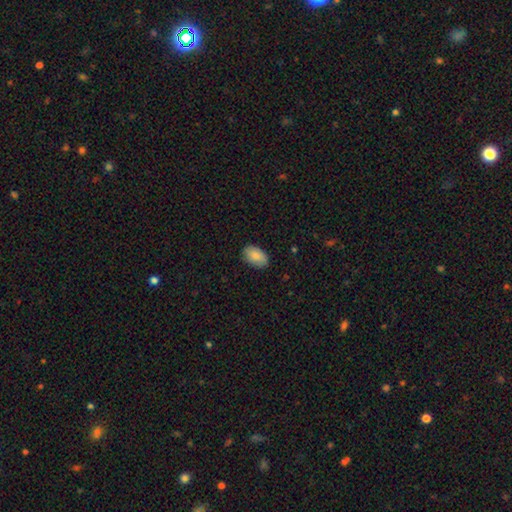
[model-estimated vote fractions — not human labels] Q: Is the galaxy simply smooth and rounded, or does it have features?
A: smooth — 85%.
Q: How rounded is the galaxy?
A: in between — 92%.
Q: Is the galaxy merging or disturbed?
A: none — 84%.